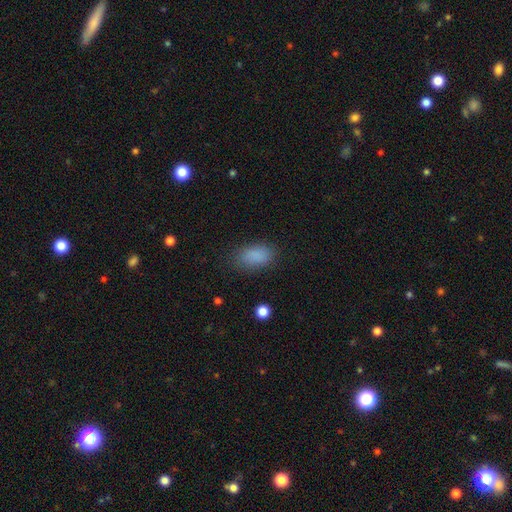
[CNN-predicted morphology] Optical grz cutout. It shows a smooth galaxy with no disk features (86%) that is in between round and cigar-shaped (90%). Merging: none (81%).